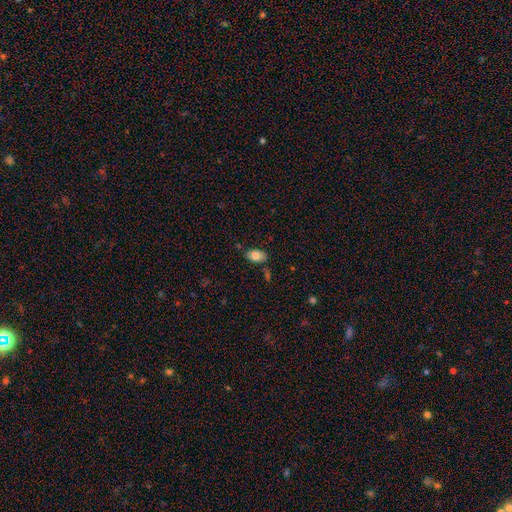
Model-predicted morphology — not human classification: This appears to be a smooth galaxy with no disk features (79%) that is in between round and cigar-shaped (90%). Merging: none (77%).